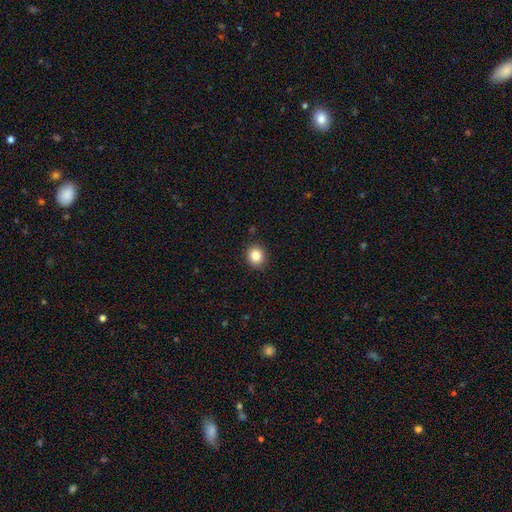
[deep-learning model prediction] This is clearly a smooth galaxy (85%). How rounded: clearly round (82%). Merging: clearly none (90%).